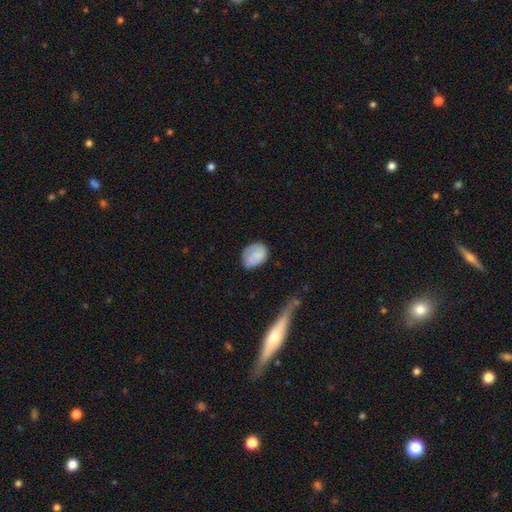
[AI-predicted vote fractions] A smooth galaxy with no disk features (76%) that is in between round and cigar-shaped (62%). Merging: none (59%).